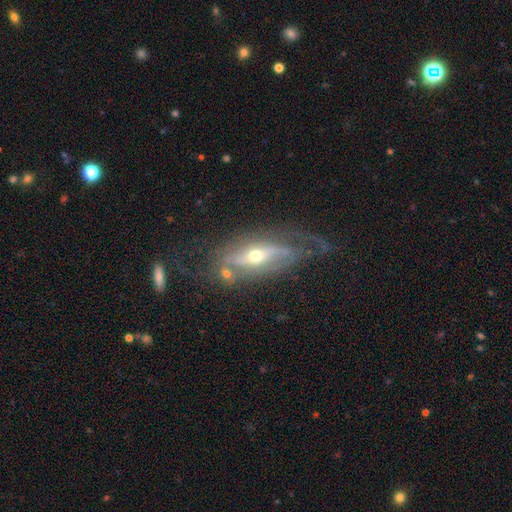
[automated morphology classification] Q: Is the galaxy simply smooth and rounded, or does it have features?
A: featured or disk — 77%.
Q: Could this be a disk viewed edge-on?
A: no — 71%.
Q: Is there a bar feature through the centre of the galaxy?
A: no — 52%.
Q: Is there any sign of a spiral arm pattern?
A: yes — 70%.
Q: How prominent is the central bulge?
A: moderate — 53%.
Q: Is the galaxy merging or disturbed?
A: none — 44%.